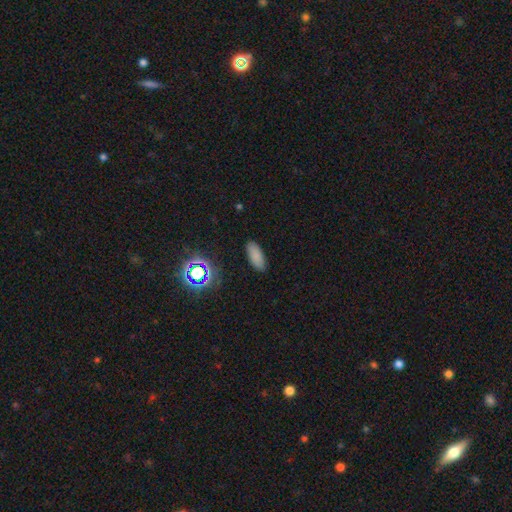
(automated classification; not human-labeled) Smooth or featured? smooth (79%)
How rounded? in between (82%)
Merging? none (86%)